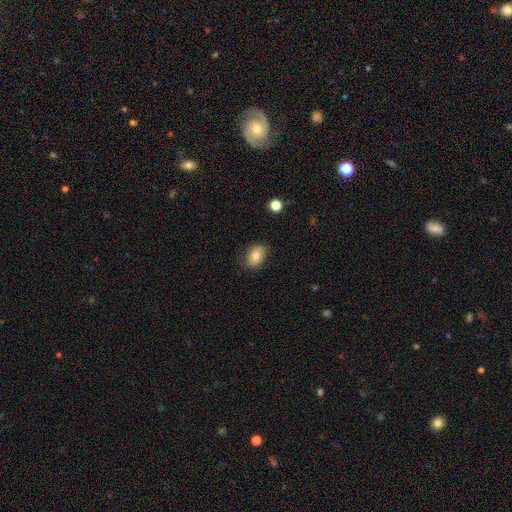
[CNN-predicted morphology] This appears to be a smooth galaxy with no disk features (79%) that is in between round and cigar-shaped (82%). Merging: none (82%).